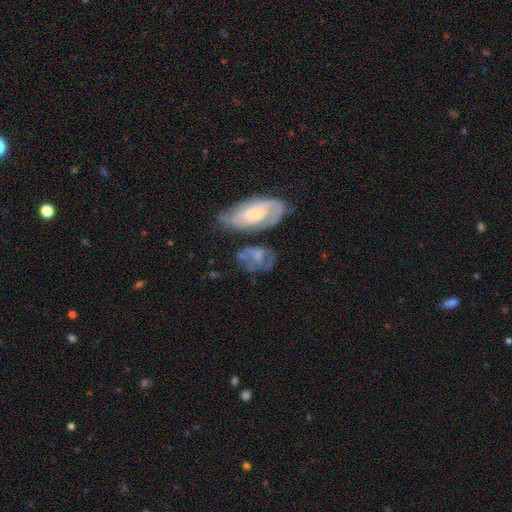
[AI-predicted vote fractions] Smooth or featured: featured or disk — 53% (smooth — 39%)
Edge-on disk: no — 92% (yes — 8%)
Merging: none — 43% (minor disturbance — 22%)